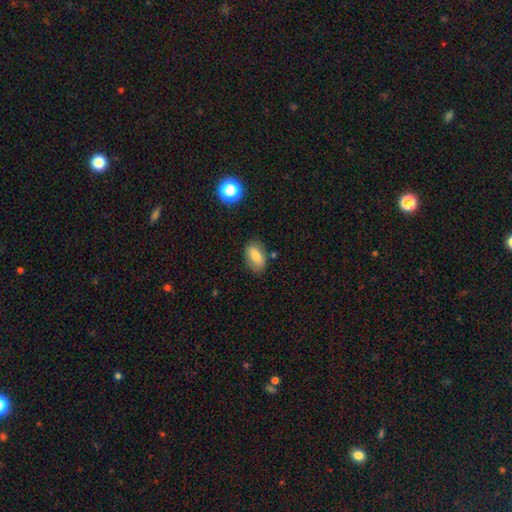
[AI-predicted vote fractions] Morphology: type=smooth (80%); roundness=in between (88%); merging=none (76%).